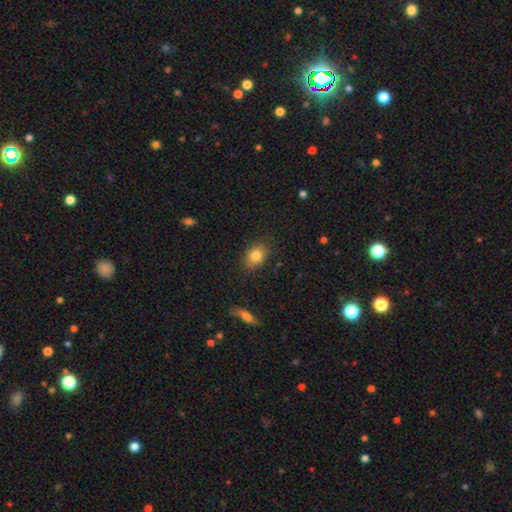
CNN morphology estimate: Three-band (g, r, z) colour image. It shows a smooth galaxy with no disk features (82%) that is in between round and cigar-shaped (60%). Merging: none (83%).